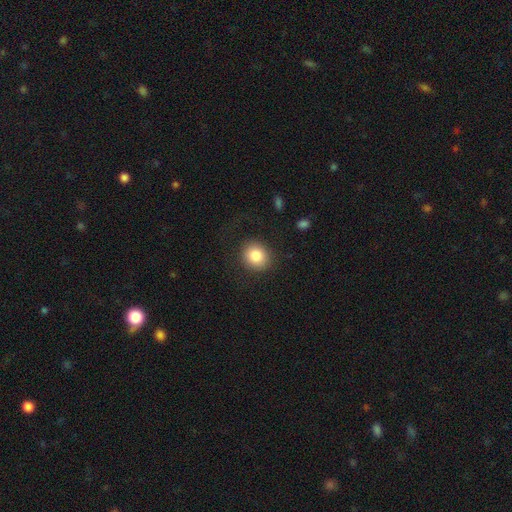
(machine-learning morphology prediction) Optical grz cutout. It shows a smooth galaxy with no disk features (84%) that is round (80%). Merging: none (85%).